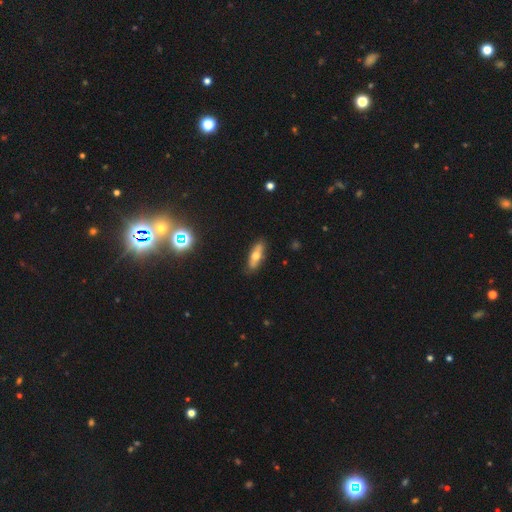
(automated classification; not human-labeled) A smooth galaxy with no disk features (54%) that is in between round and cigar-shaped (54%).

Vote fractions:
- Smooth or featured? smooth: 54% / featured or disk: 38% / star or artifact: 9%
- How rounded? in between: 54% / cigar-shaped: 43% / round: 3%
- Merging? none: 82% / minor disturbance: 13% / major disturbance: 3% / merger: 2%